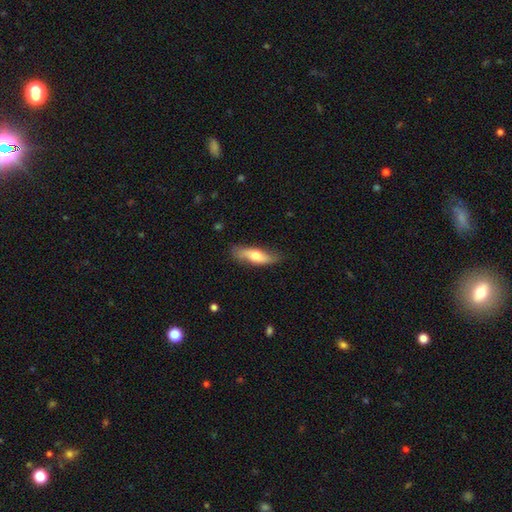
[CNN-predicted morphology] type=smooth (60%); roundness=cigar-shaped (52%); merging=none (78%).